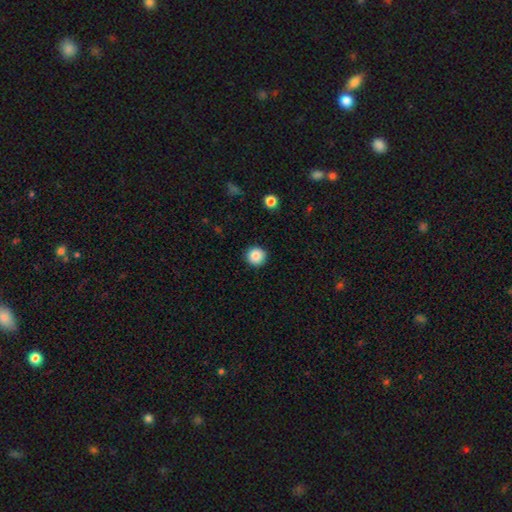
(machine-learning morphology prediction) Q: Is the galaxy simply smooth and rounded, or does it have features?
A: smooth — 87%.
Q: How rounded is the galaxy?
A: round — 95%.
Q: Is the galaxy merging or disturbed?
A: none — 92%.